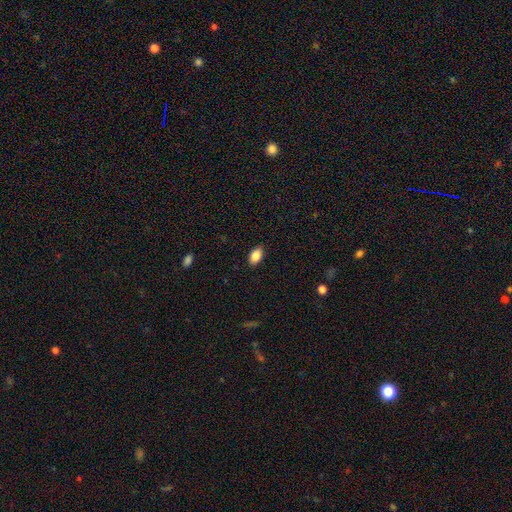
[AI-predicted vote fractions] This is clearly a smooth galaxy (86%). How rounded: clearly in between (90%). Merging: clearly none (88%).